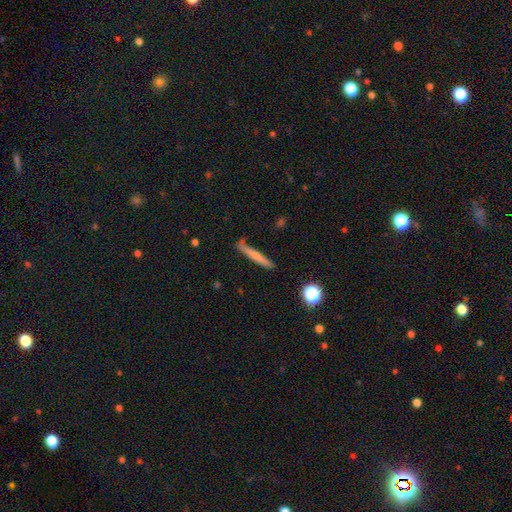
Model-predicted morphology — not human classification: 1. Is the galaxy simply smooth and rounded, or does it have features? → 60% smooth, 32% featured or disk, 8% star or artifact.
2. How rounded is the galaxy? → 94% cigar-shaped, 4% in between, 2% round.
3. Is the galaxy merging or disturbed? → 72% none, 19% minor disturbance, 5% major disturbance, 4% merger.